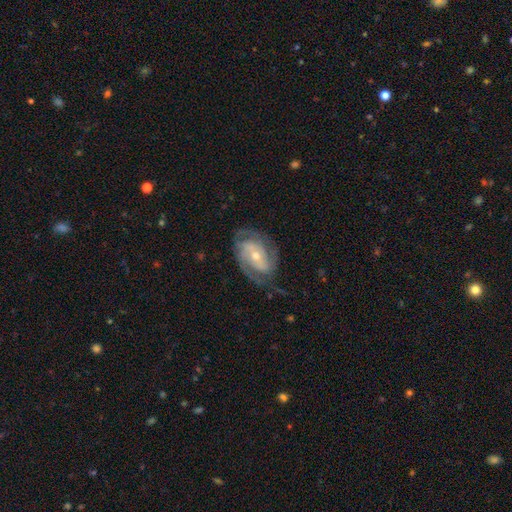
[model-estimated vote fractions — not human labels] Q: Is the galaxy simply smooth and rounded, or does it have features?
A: featured or disk — 86%.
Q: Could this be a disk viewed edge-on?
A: no — 97%.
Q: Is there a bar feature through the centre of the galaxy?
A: no — 49%.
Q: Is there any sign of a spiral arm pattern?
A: yes — 95%.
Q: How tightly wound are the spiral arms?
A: tight — 51%.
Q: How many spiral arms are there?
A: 2 — 53%.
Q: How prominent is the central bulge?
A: small — 56%.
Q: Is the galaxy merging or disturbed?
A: none — 70%.